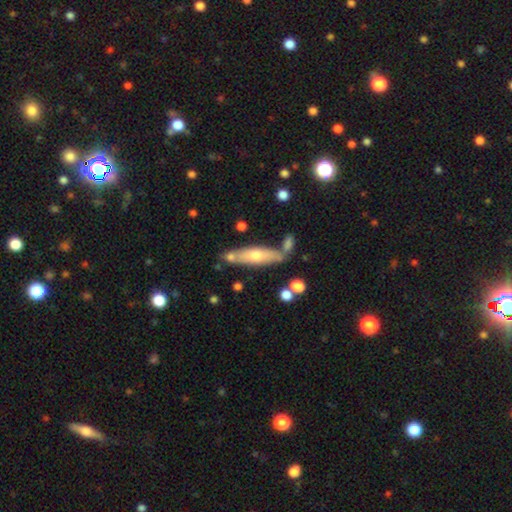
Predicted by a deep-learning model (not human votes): smooth-or-featured: featured or disk: 48% | smooth: 45% | star or artifact: 7%
  merging: none: 71% | minor disturbance: 15% | merger: 11% | major disturbance: 4%